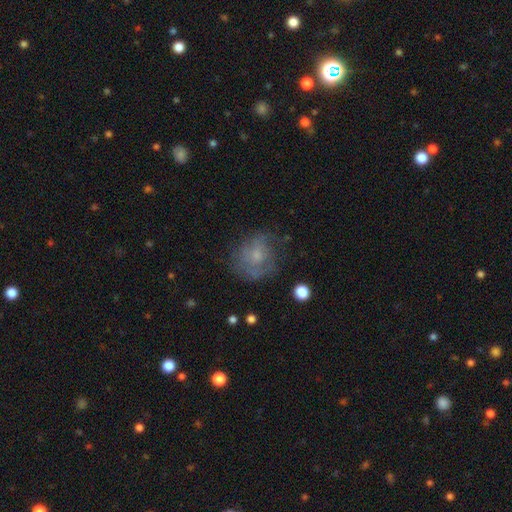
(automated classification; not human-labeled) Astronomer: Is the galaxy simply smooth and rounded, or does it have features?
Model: smooth — 45% (runner-up: featured or disk, 43%).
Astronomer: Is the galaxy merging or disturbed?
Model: none — 55%.